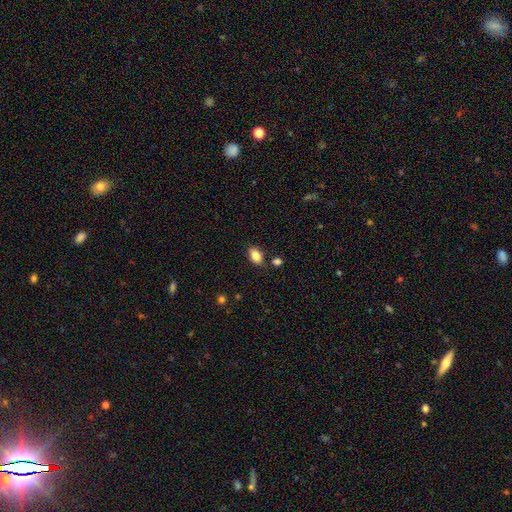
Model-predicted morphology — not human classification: The model was most divided on "merging": none: 82%, minor disturbance: 11%, merger: 5%, major disturbance: 3%. More confident: how rounded — in between (89%); smooth or featured — smooth (85%).